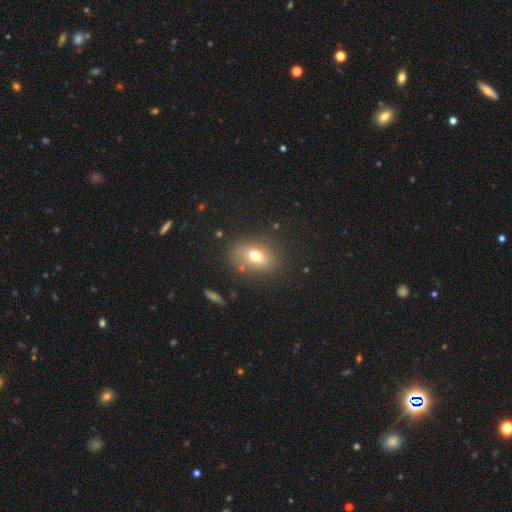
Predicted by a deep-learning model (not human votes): Q: Smooth or featured?
A: smooth (67%); runner-up: featured or disk (21%)
Q: How rounded?
A: in between (76%); runner-up: round (22%)
Q: Merging?
A: none (74%); runner-up: minor disturbance (16%)